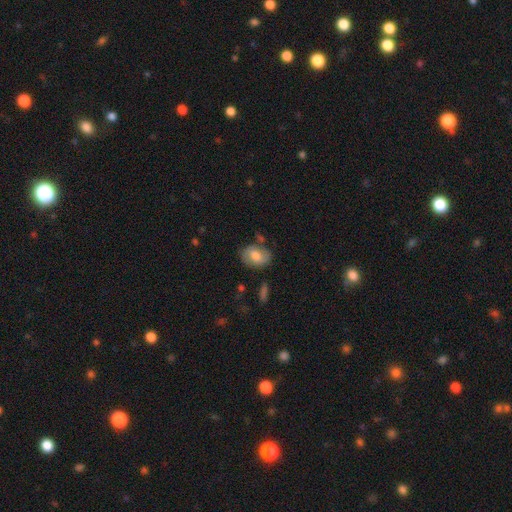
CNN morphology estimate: This is likely a smooth galaxy (63%). How rounded: likely in between (72%). Merging: likely none (65%).